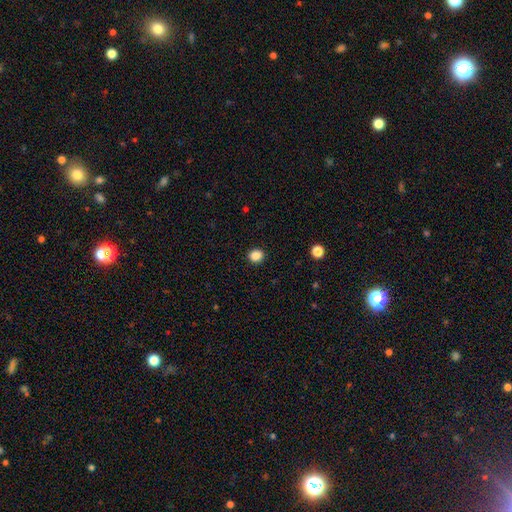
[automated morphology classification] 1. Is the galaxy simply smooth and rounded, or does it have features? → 87% smooth, 11% star or artifact, 3% featured or disk.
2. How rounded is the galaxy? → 75% round, 24% in between, 1% cigar-shaped.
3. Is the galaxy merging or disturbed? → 91% none, 6% minor disturbance, 2% major disturbance, 1% merger.